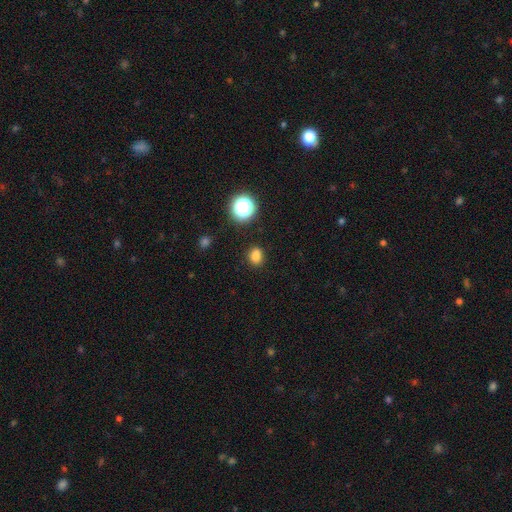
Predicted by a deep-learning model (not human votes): Smooth or featured? smooth (80%)
How rounded? round (53%)
Merging? none (86%)